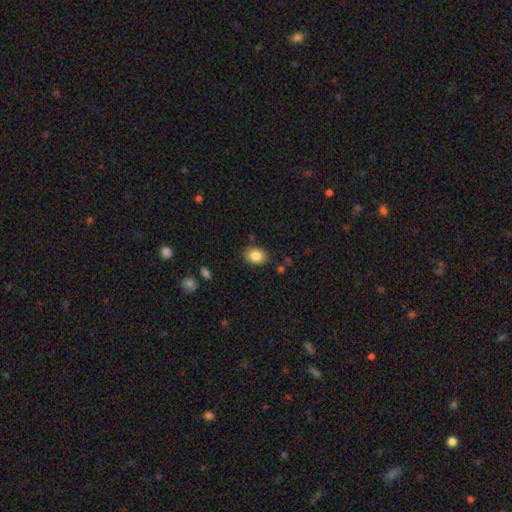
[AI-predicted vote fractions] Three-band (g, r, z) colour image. It shows a smooth galaxy with no disk features (85%) that is in between round and cigar-shaped (67%). Merging: none (83%).